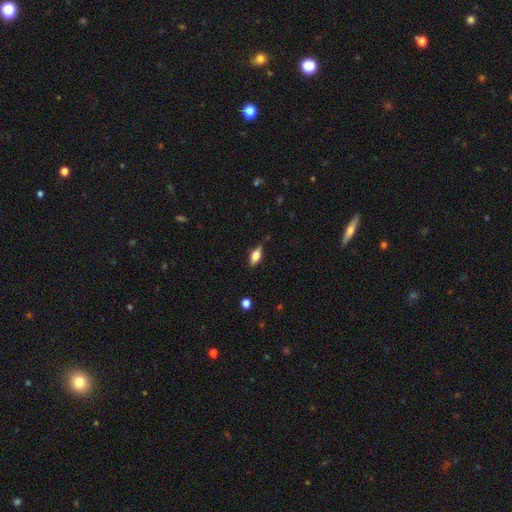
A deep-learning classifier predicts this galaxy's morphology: smooth_or_featured: smooth (p=0.59) [alt: featured or disk p=0.33]
how_rounded: in between (p=0.79) [alt: cigar-shaped p=0.17]
merging: none (p=0.82) [alt: minor disturbance p=0.14]